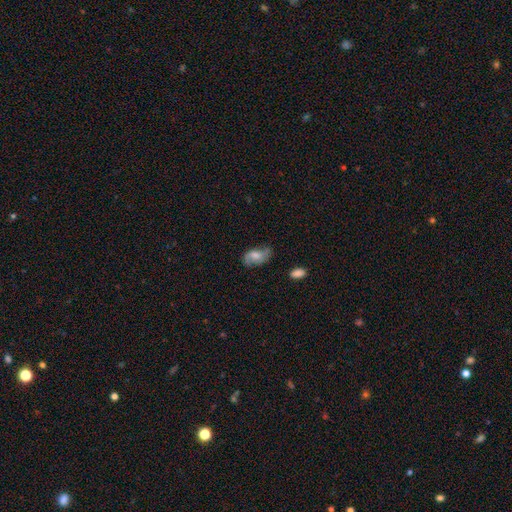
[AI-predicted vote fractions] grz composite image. It shows a featured or disk galaxy (51%). Merging: none (60%).